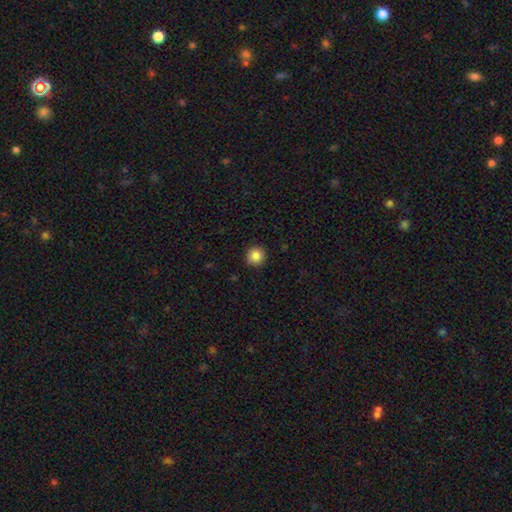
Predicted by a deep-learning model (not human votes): A smooth galaxy with no disk features (86%) that is round (95%).

Vote fractions:
- Smooth or featured? smooth: 86% / star or artifact: 10% / featured or disk: 5%
- How rounded? round: 95% / in between: 4% / cigar-shaped: 1%
- Merging? none: 92% / minor disturbance: 5% / major disturbance: 2% / merger: 1%